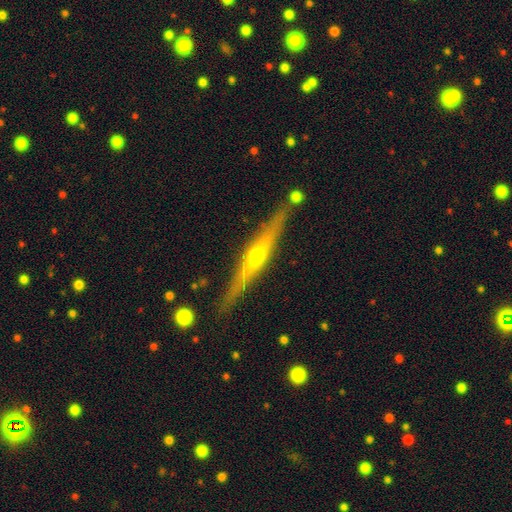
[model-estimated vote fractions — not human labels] This appears to be a featured or disk galaxy (72%) viewed edge-on (96%) with a rounded central bulge (82%). Merging: none (82%).